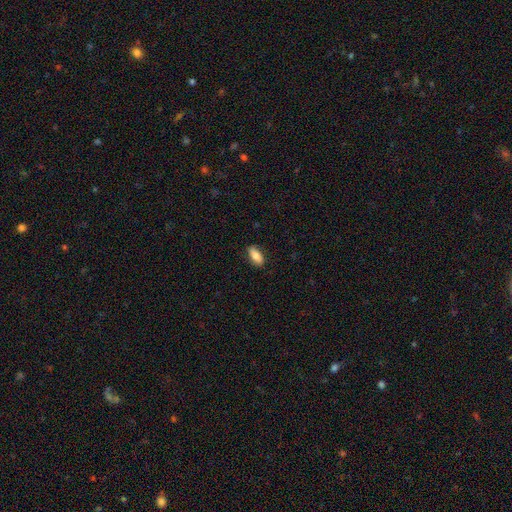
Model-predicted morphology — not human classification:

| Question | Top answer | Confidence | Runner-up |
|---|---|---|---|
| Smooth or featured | smooth | 83% | featured or disk (11%) |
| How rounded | in between | 85% | cigar-shaped (12%) |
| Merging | none | 85% | minor disturbance (12%) |